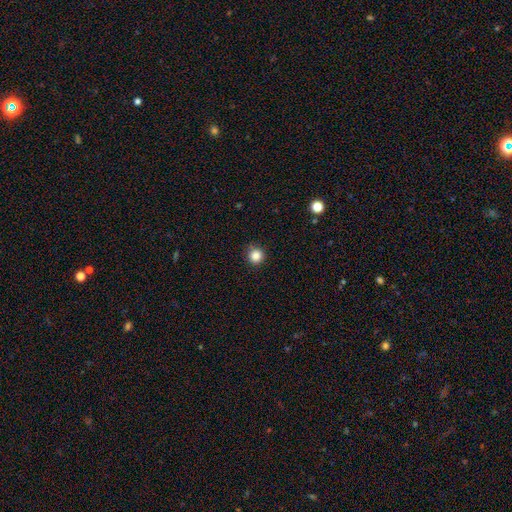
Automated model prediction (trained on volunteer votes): The model was most divided on "smooth or featured": smooth: 85%, star or artifact: 12%, featured or disk: 4%. More confident: how rounded — round (94%); merging — none (87%).